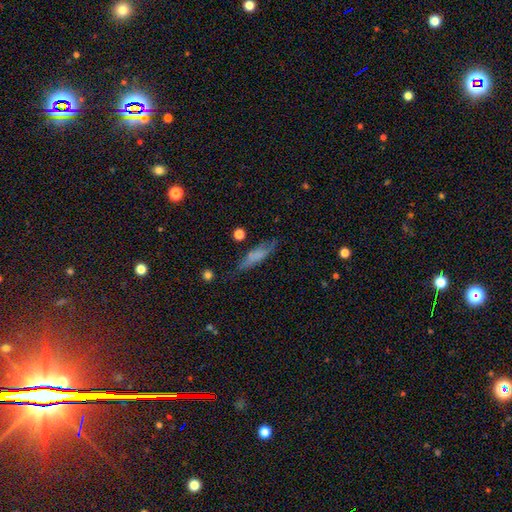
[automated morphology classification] smooth_or_featured: smooth (p=0.65) [alt: featured or disk p=0.26]
how_rounded: cigar-shaped (p=0.68) [alt: in between p=0.29]
merging: none (p=0.70) [alt: minor disturbance p=0.21]